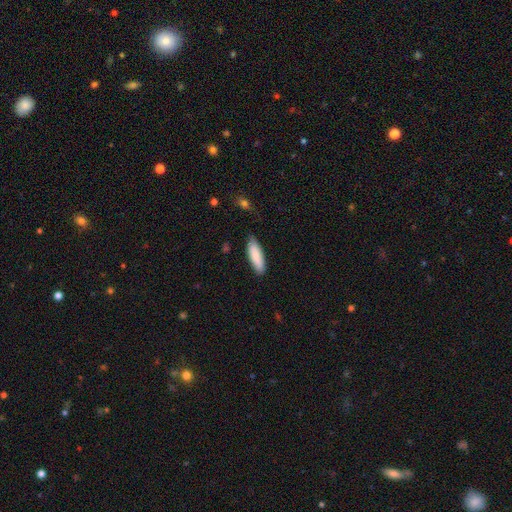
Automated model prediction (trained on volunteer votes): Smooth or featured? smooth (84%)
How rounded? in between (51%)
Merging? none (83%)